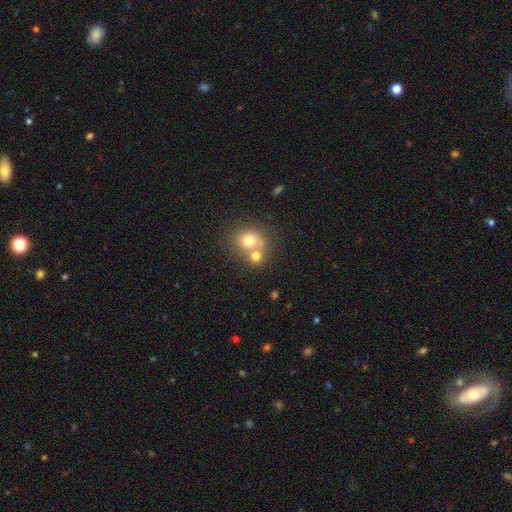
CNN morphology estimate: The model was most divided on "merging": merger: 55%, none: 35%, minor disturbance: 7%, major disturbance: 3%. More confident: how rounded — round (75%); smooth or featured — smooth (72%).